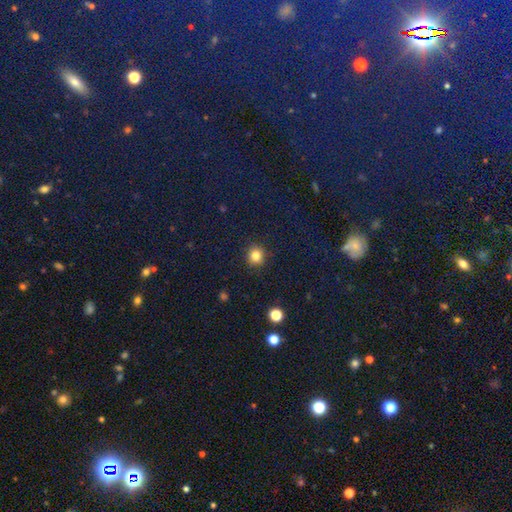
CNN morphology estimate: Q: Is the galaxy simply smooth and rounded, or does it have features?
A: smooth — 83%.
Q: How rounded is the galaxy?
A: round — 88%.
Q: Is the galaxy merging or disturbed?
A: none — 89%.